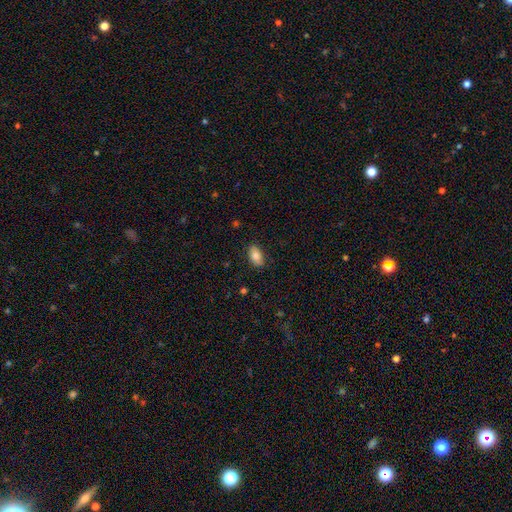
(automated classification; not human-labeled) Q: Smooth or featured?
A: smooth (81%); runner-up: featured or disk (12%)
Q: How rounded?
A: in between (91%); runner-up: round (5%)
Q: Merging?
A: none (85%); runner-up: minor disturbance (12%)